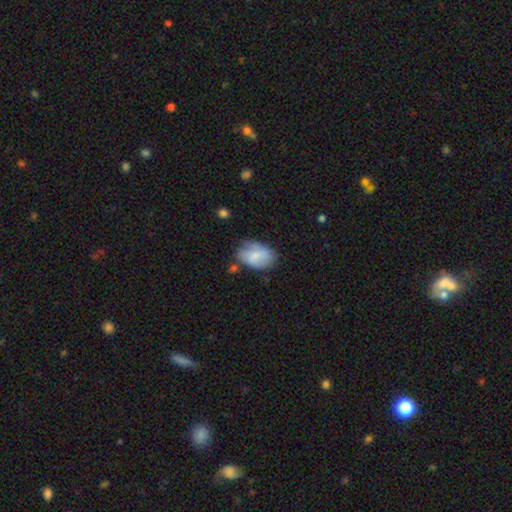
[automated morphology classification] type=smooth (60%); roundness=in between (88%); merging=none (51%).